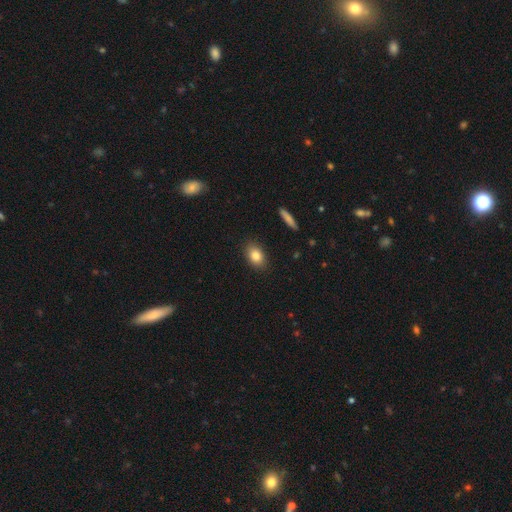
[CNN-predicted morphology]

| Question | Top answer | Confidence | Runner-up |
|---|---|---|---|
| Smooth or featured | smooth | 83% | star or artifact (9%) |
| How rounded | in between | 81% | round (17%) |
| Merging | none | 87% | minor disturbance (9%) |